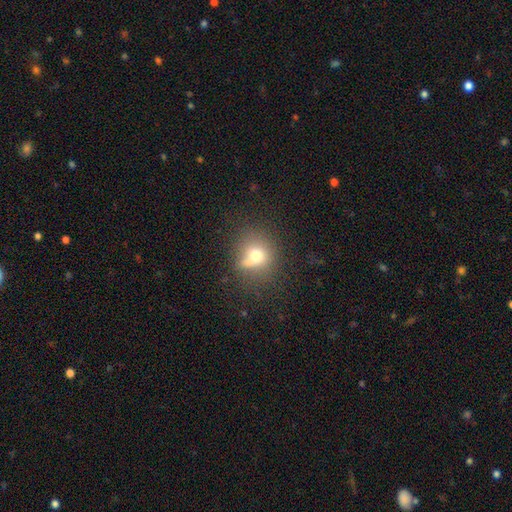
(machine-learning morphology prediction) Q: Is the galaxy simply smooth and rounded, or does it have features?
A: smooth — 69%.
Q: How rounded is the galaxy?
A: round — 79%.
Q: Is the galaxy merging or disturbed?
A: none — 52%.